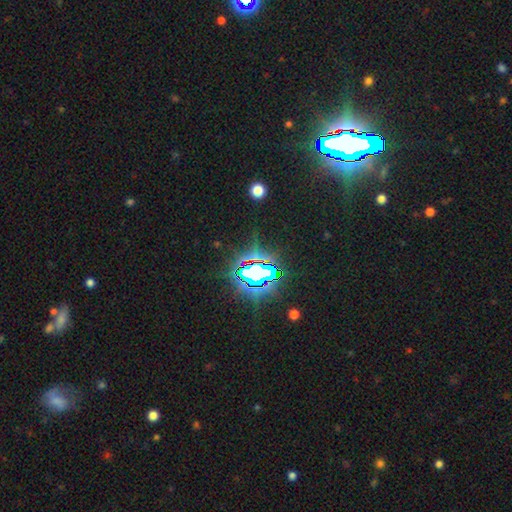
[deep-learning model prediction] Morphology: type=star or artifact (84%).